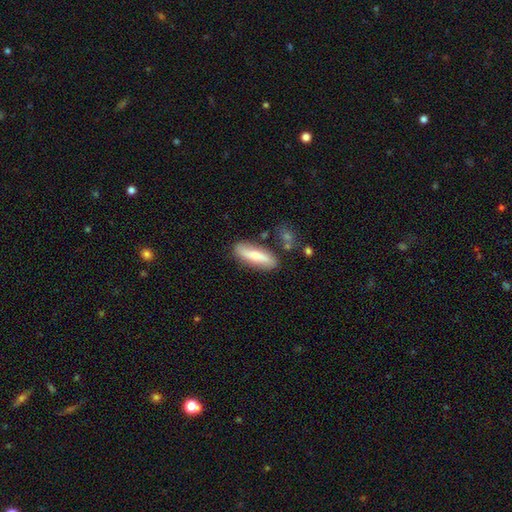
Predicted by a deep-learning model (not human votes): smooth-or-featured: smooth: 67% | featured or disk: 28% | star or artifact: 6%
  how-rounded: cigar-shaped: 58% | in between: 40% | round: 2%
  merging: none: 81% | minor disturbance: 13% | merger: 3% | major disturbance: 3%